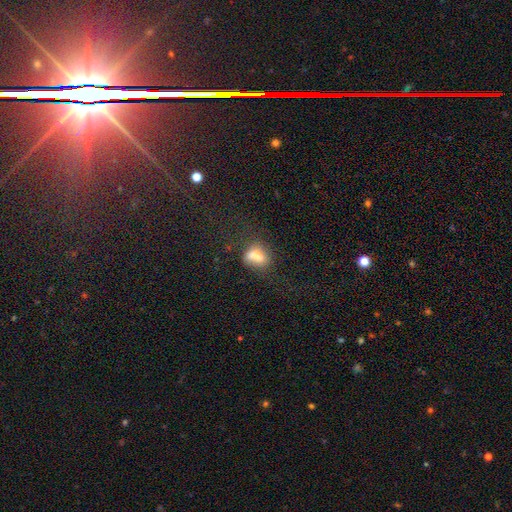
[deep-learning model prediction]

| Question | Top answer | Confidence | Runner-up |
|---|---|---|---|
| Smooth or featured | smooth | 65% | featured or disk (21%) |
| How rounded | in between | 60% | round (35%) |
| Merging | none | 37% | merger (35%) |